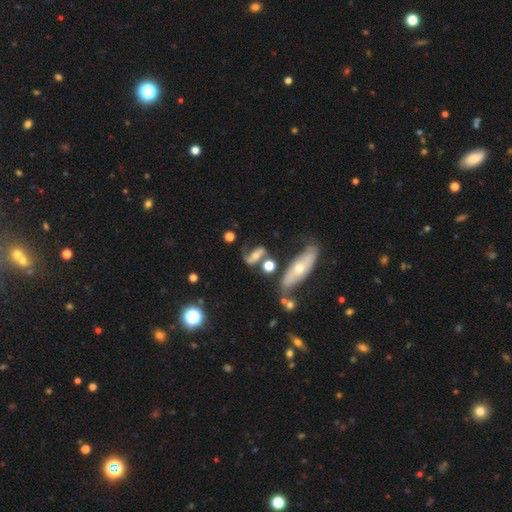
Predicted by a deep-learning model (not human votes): A featured or disk galaxy (67%) with no bar (40%), spiral arms (83%) and a moderate central bulge (46%). Merging: none (49%).